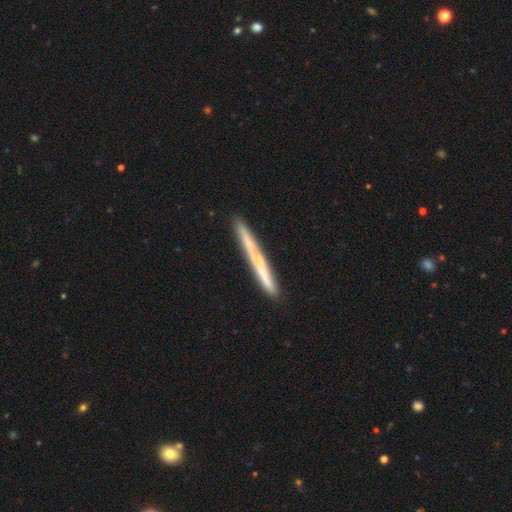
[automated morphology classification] smooth-or-featured: smooth: 48% | featured or disk: 46% | star or artifact: 6%
  merging: none: 83% | minor disturbance: 12% | merger: 3% | major disturbance: 2%